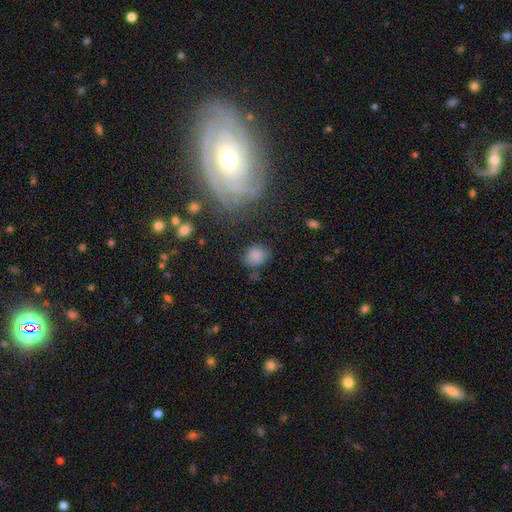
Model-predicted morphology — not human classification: Q: Smooth or featured?
A: smooth (77%); runner-up: star or artifact (12%)
Q: How rounded?
A: round (54%); runner-up: in between (45%)
Q: Merging?
A: none (63%); runner-up: minor disturbance (23%)